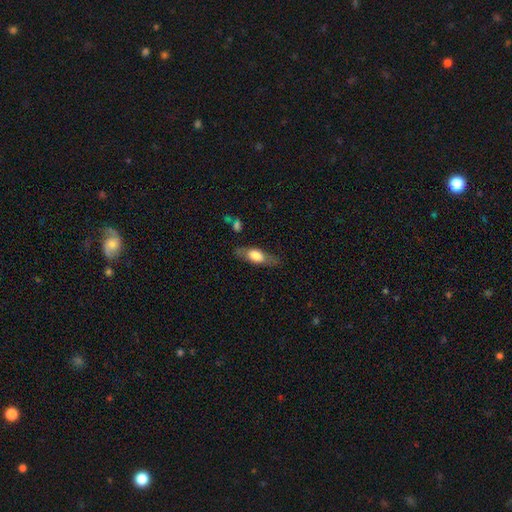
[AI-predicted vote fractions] smooth-or-featured: smooth: 60% | featured or disk: 33% | star or artifact: 6%
  how-rounded: in between: 65% | cigar-shaped: 32% | round: 4%
  merging: none: 70% | minor disturbance: 20% | major disturbance: 7% | merger: 3%